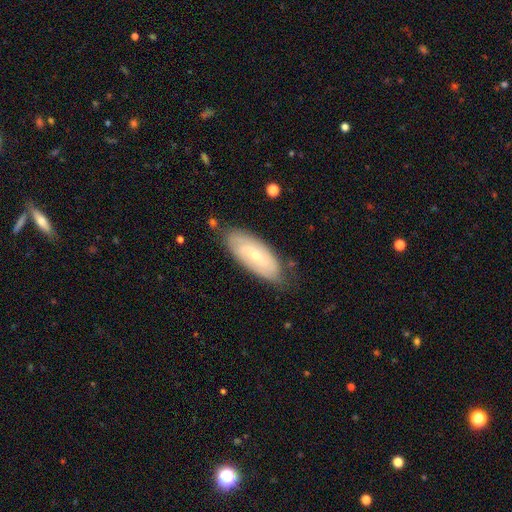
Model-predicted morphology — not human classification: Q: Smooth or featured?
A: featured or disk (62%); runner-up: smooth (32%)
Q: Edge-on disk?
A: no (88%); runner-up: yes (12%)
Q: Bar?
A: weak (44%); runner-up: no (42%)
Q: Spiral arms?
A: yes (81%); runner-up: no (19%)
Q: Bulge size?
A: small (69%); runner-up: moderate (28%)
Q: Merging?
A: none (75%); runner-up: minor disturbance (19%)